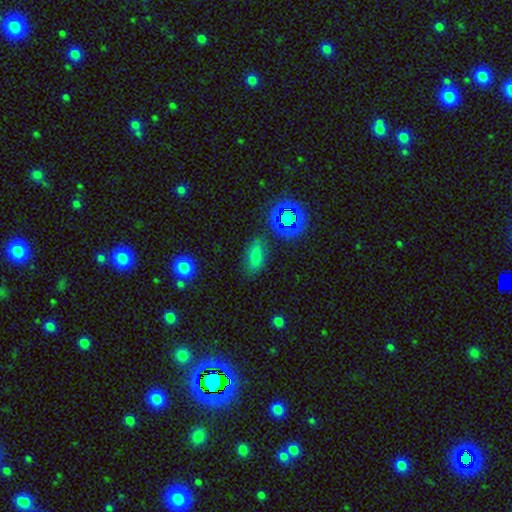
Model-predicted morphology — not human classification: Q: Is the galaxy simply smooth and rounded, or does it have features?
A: smooth — 70%.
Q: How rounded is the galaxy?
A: in between — 84%.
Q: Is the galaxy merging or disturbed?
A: none — 77%.